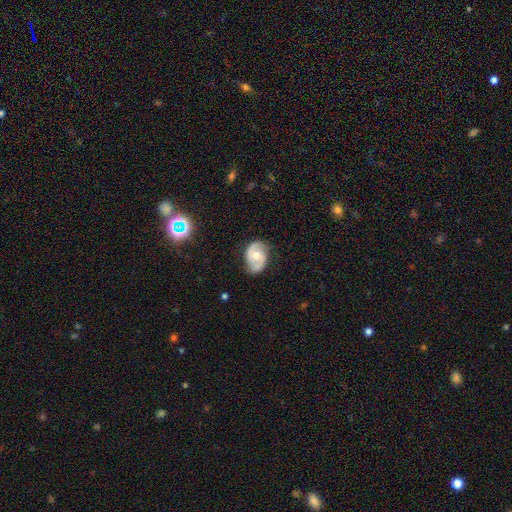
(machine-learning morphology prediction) Smooth or featured?
  - featured or disk: 76% *
  - smooth: 18%
  - star or artifact: 6%
Edge-on disk?
  - no: 97% *
  - yes: 3%
Bar?
  - no: 56% *
  - weak: 37%
  - strong: 8%
Spiral arms?
  - yes: 92% *
  - no: 8%
Spiral winding?
  - medium: 50% *
  - tight: 30%
  - loose: 20%
Spiral arm count?
  - 2: 90% *
  - can't tell: 5%
  - 1: 2%
  - 3: 1%
  - 4: 1%
  - more than 4: 1%
Bulge size?
  - moderate: 67% *
  - small: 25%
  - large: 5%
  - none: 2%
  - dominant: 1%
Merging?
  - none: 77% *
  - minor disturbance: 18%
  - major disturbance: 4%
  - merger: 1%